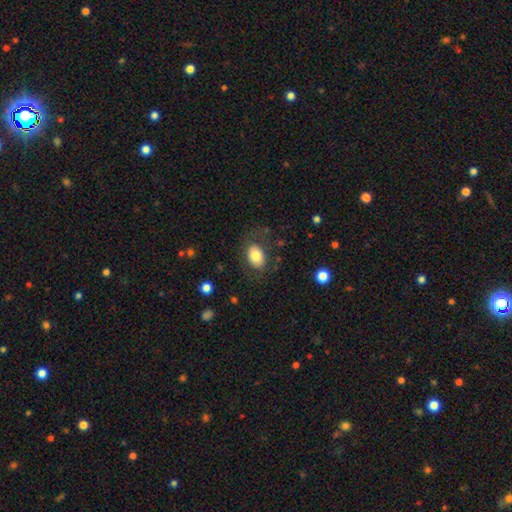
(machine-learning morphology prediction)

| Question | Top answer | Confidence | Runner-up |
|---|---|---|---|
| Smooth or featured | smooth | 78% | featured or disk (14%) |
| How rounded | in between | 77% | round (22%) |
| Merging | none | 76% | minor disturbance (14%) |